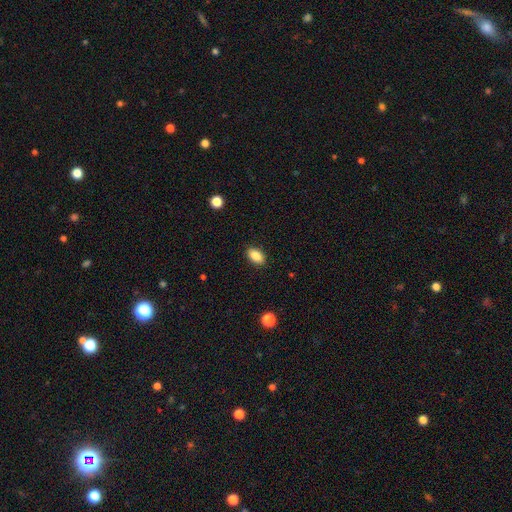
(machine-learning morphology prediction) Q: Smooth or featured?
A: smooth (87%); runner-up: star or artifact (8%)
Q: How rounded?
A: in between (91%); runner-up: round (7%)
Q: Merging?
A: none (89%); runner-up: minor disturbance (8%)